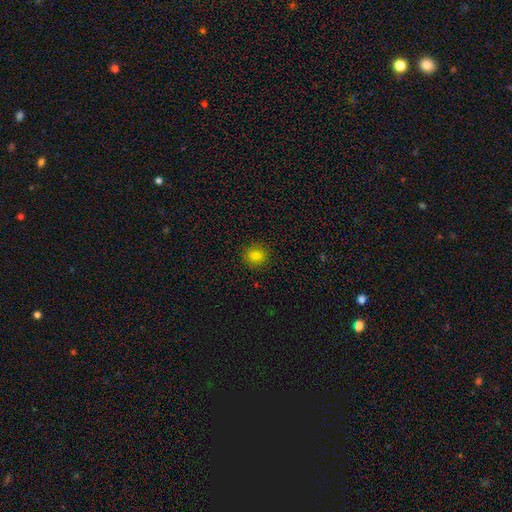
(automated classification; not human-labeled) Smooth or featured? smooth (83%)
How rounded? round (74%)
Merging? none (89%)